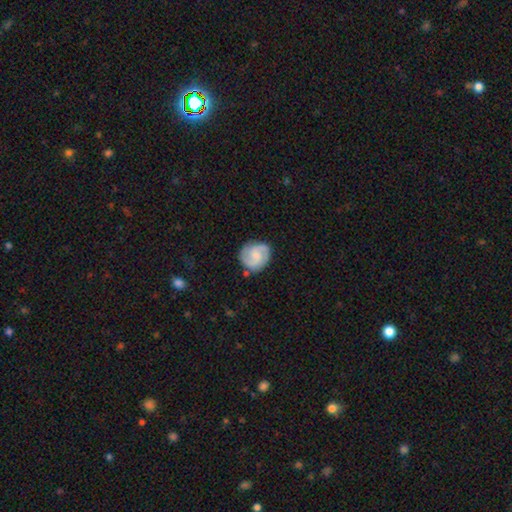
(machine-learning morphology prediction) Smooth or featured? Predicted: featured or disk (p=0.70). Edge-on disk? Predicted: no (p=0.98). Bar? Predicted: no (p=0.52). Spiral arms? Predicted: yes (p=0.95). Spiral winding? Predicted: medium (p=0.50). Spiral arm count? Predicted: 2 (p=0.82). Bulge size? Predicted: small (p=0.46). Merging? Predicted: none (p=0.79).